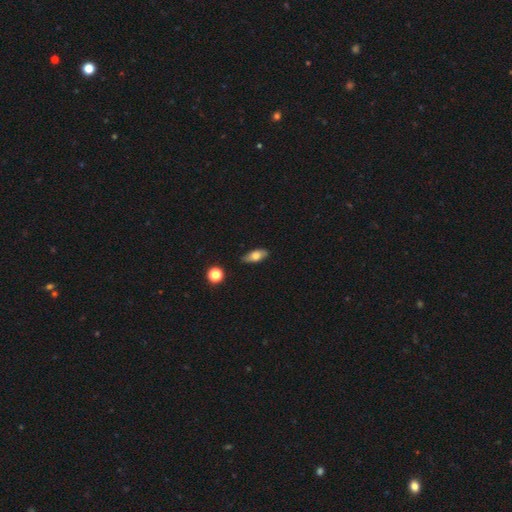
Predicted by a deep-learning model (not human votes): Q: Smooth or featured?
A: smooth (71%); runner-up: featured or disk (21%)
Q: How rounded?
A: in between (83%); runner-up: cigar-shaped (13%)
Q: Merging?
A: none (84%); runner-up: minor disturbance (12%)